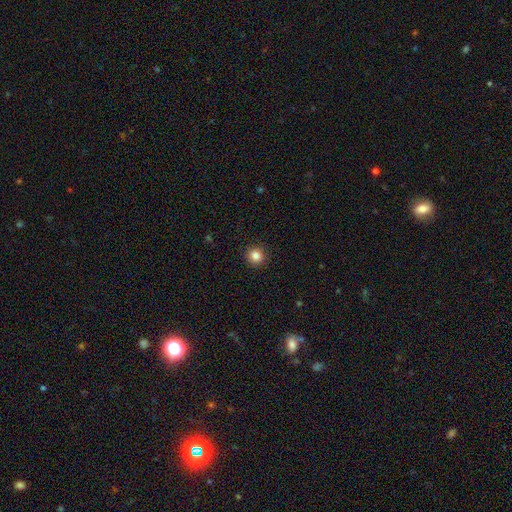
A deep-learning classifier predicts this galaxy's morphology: A smooth galaxy with no disk features (84%) that is round (92%).

Vote fractions:
- Smooth or featured? smooth: 84% / star or artifact: 11% / featured or disk: 5%
- How rounded? round: 92% / in between: 7% / cigar-shaped: 1%
- Merging? none: 92% / minor disturbance: 5% / major disturbance: 2% / merger: 1%